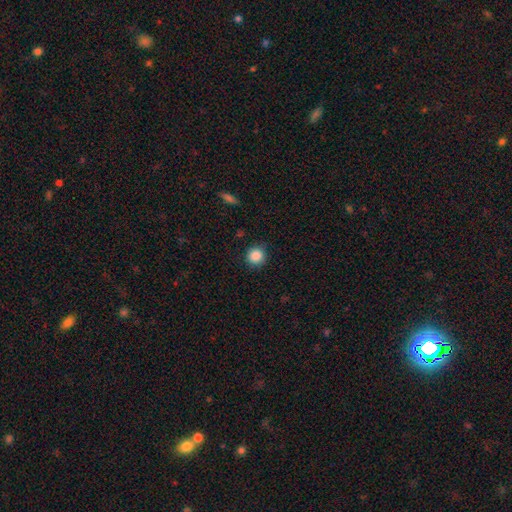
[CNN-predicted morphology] Overall: smooth (87%). How rounded: round (91%). Merging: none (87%).